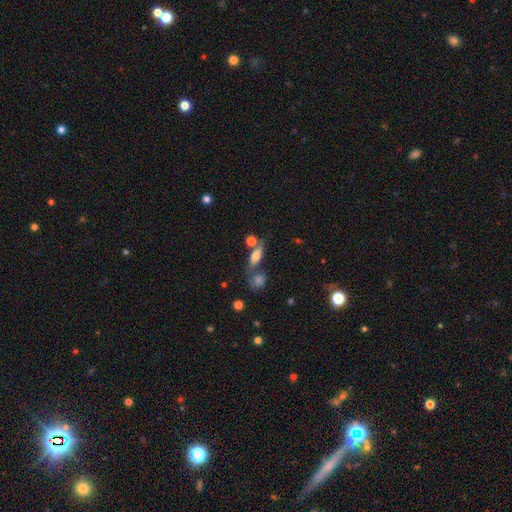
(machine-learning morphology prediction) A smooth galaxy with no disk features (61%) that is in between round and cigar-shaped (60%).

Vote fractions:
- Smooth or featured? smooth: 61% / featured or disk: 30% / star or artifact: 10%
- How rounded? in between: 60% / cigar-shaped: 33% / round: 7%
- Merging? none: 62% / merger: 20% / minor disturbance: 13% / major disturbance: 5%